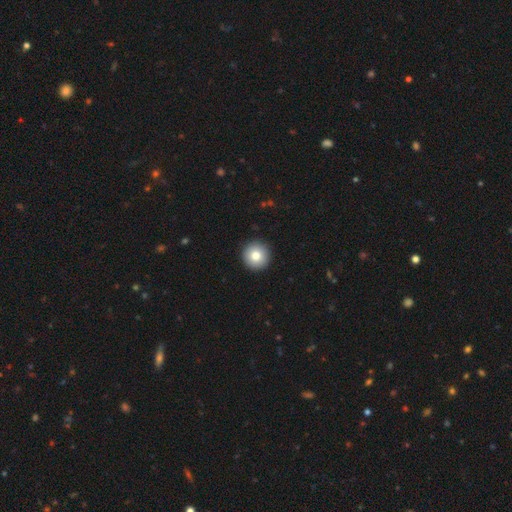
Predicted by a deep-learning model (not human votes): The model was most divided on "smooth or featured": smooth: 80%, featured or disk: 11%, star or artifact: 9%. More confident: how rounded — round (96%); merging — none (94%).